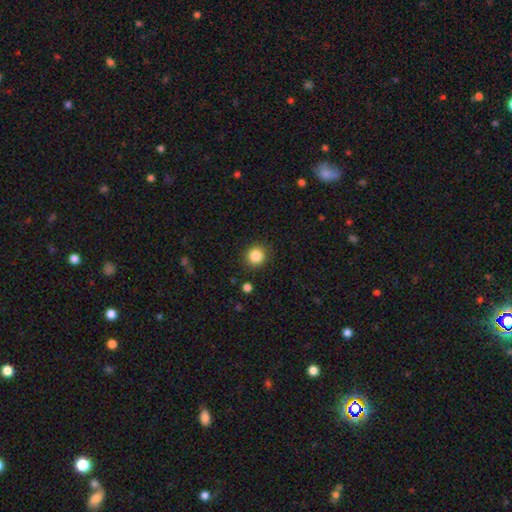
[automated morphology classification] smooth-or-featured: smooth: 85% | star or artifact: 11% | featured or disk: 4%
  how-rounded: round: 90% | in between: 9% | cigar-shaped: 1%
  merging: none: 89% | minor disturbance: 7% | major disturbance: 2% | merger: 2%